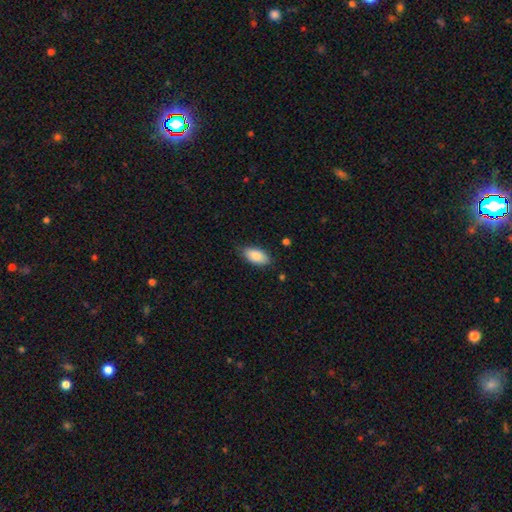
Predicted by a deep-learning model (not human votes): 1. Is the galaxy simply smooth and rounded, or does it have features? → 84% smooth, 9% featured or disk, 7% star or artifact.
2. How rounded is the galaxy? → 93% in between, 4% cigar-shaped, 3% round.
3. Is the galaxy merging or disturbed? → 79% none, 17% minor disturbance, 3% major disturbance, 1% merger.